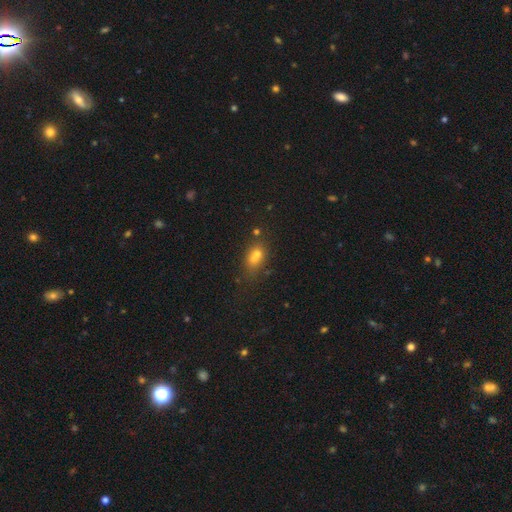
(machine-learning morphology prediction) Q: Smooth or featured?
A: smooth (61%); runner-up: star or artifact (20%)
Q: How rounded?
A: in between (59%); runner-up: round (35%)
Q: Merging?
A: merger (44%); runner-up: none (37%)